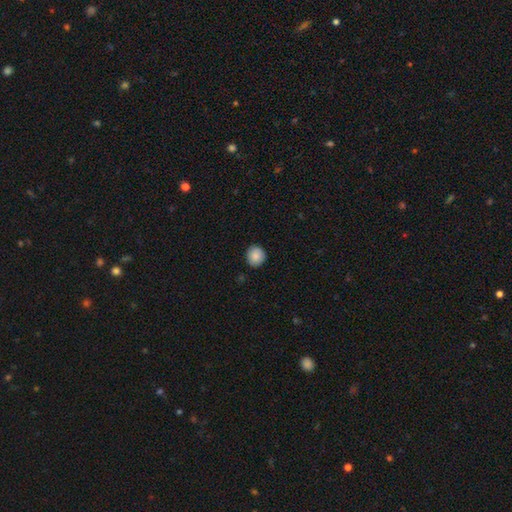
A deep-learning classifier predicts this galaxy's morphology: smooth 87%, star or artifact 8%, featured or disk 5%. Down the decision tree: how rounded — round (90%); merging — none (90%).